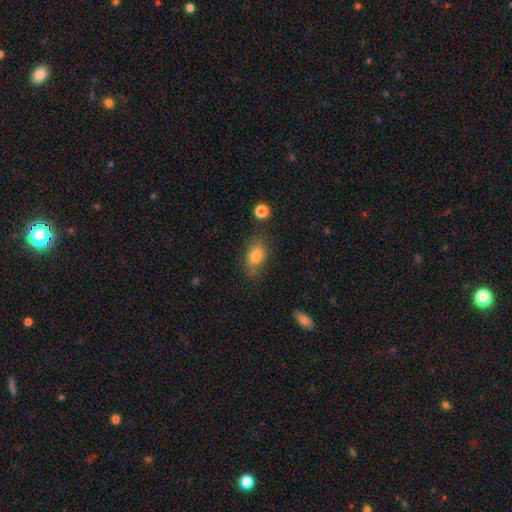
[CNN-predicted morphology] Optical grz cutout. It shows a smooth galaxy with no disk features (82%) that is in between round and cigar-shaped (82%). Merging: none (70%).